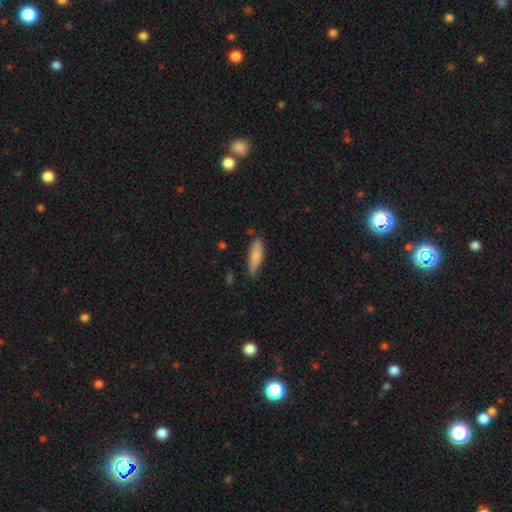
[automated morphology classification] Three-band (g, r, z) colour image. It shows a smooth galaxy with no disk features (81%) that is cigar-shaped (55%). Merging: none (74%).